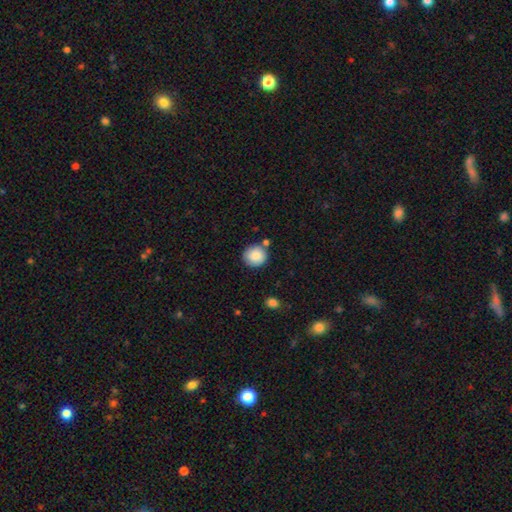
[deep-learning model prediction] smooth 87%, star or artifact 8%, featured or disk 6%. Down the decision tree: how rounded — round (90%); merging — none (79%).